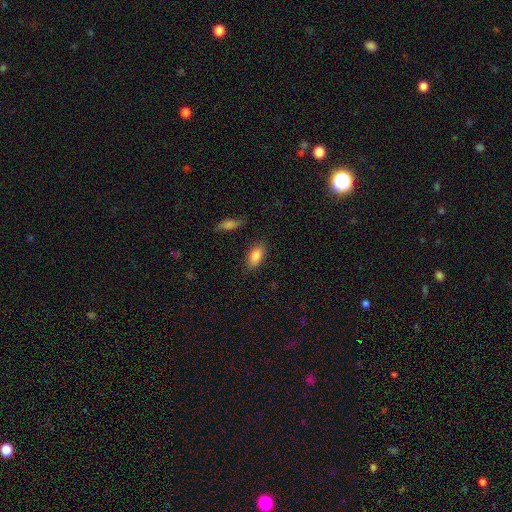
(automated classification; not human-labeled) smooth-or-featured: smooth: 86% | star or artifact: 7% | featured or disk: 7%
  how-rounded: in between: 90% | cigar-shaped: 7% | round: 3%
  merging: none: 84% | minor disturbance: 11% | major disturbance: 3% | merger: 2%